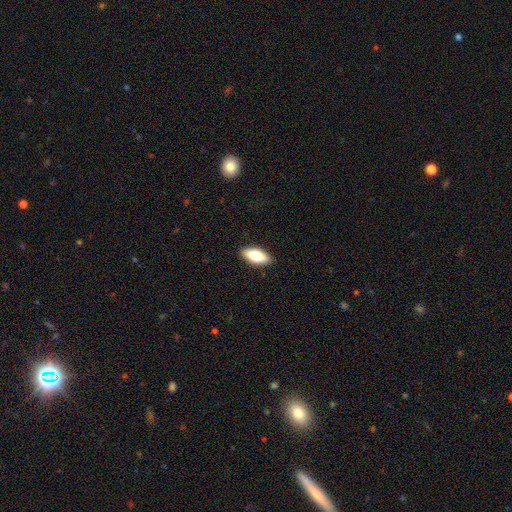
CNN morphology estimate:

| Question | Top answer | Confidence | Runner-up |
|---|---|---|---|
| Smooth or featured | smooth | 75% | featured or disk (19%) |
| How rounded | in between | 84% | cigar-shaped (14%) |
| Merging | none | 89% | minor disturbance (8%) |